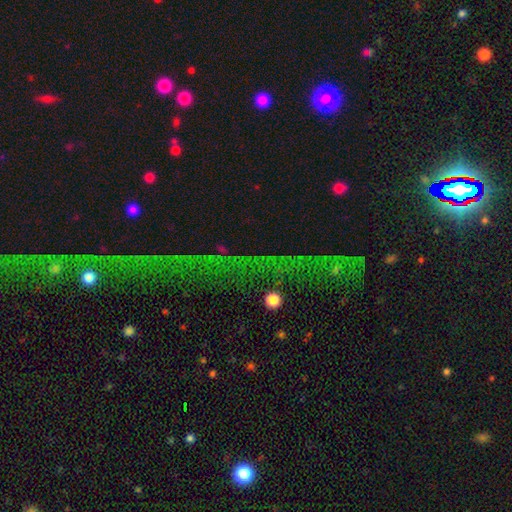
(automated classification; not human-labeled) smooth_or_featured: star or artifact (p=0.76) [alt: featured or disk p=0.12]